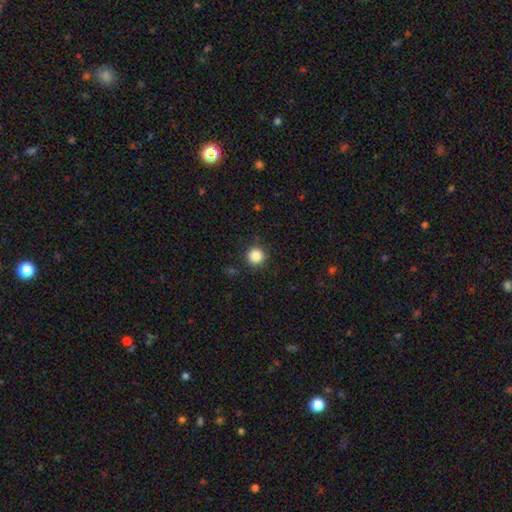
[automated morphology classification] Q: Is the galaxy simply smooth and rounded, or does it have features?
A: smooth — 87%.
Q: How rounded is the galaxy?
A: round — 96%.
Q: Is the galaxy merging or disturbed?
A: none — 90%.